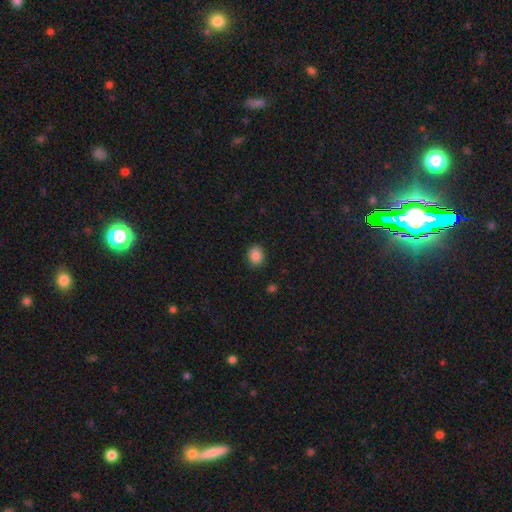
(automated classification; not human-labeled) A smooth galaxy with no disk features (87%) that is round (53%). Merging: none (87%).